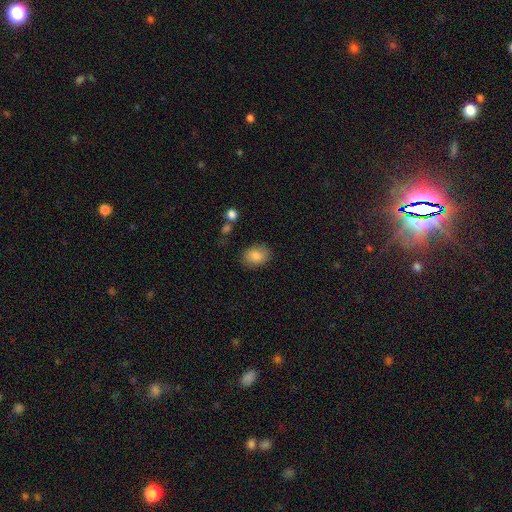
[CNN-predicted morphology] smooth_or_featured: smooth (p=0.84) [alt: featured or disk p=0.08]
how_rounded: in between (p=0.67) [alt: round p=0.32]
merging: none (p=0.82) [alt: minor disturbance p=0.13]